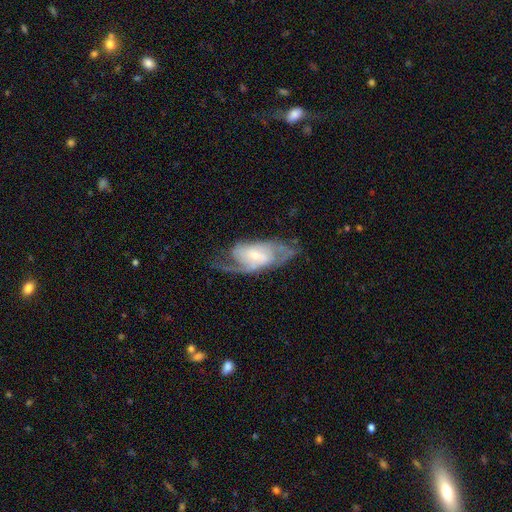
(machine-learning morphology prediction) Overall: featured or disk (81%). Edge-on disk: no (94%). Bar: no (43%, tied with weak). Spiral arms: yes (93%). Spiral arm count: 2 (58%; can't tell 19%). Spiral winding: medium (46%; tight 28%). Bulge size: small (59%; moderate 33%). Merging: none (56%; major disturbance 21%).